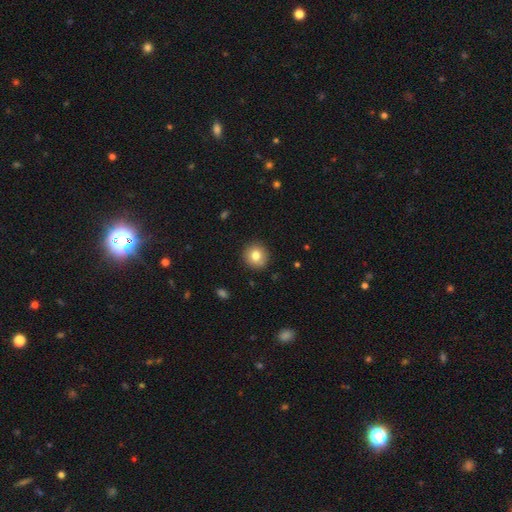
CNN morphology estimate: smooth-or-featured: smooth: 80% | featured or disk: 10% | star or artifact: 10%
  how-rounded: round: 91% | in between: 8% | cigar-shaped: 1%
  merging: none: 90% | minor disturbance: 7% | major disturbance: 2% | merger: 1%